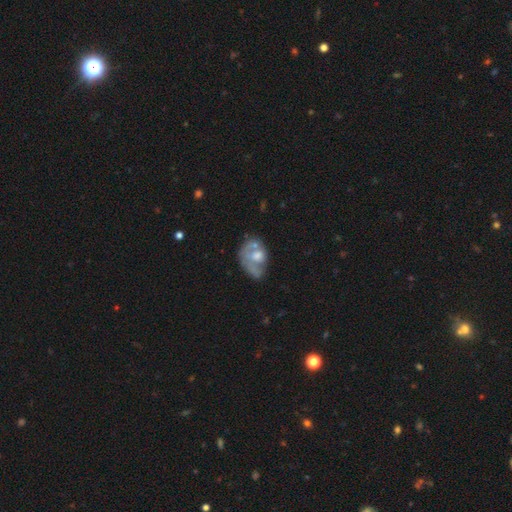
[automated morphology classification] Smooth or featured? Predicted: featured or disk (p=0.48). Merging? Predicted: none (p=0.30, tied with major disturbance).